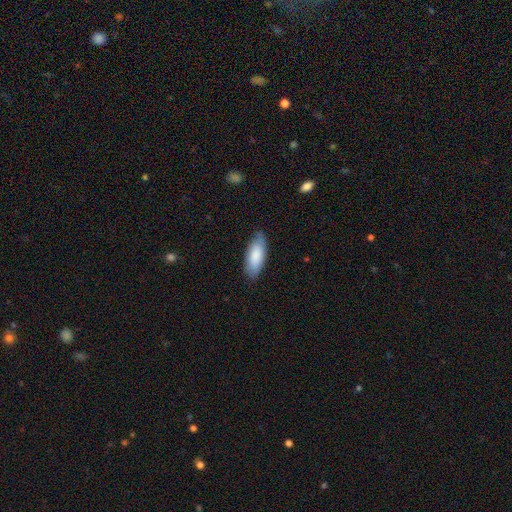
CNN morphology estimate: Smooth or featured: smooth — 83% (featured or disk — 12%)
How rounded: in between — 78% (cigar-shaped — 21%)
Merging: none — 81% (minor disturbance — 15%)